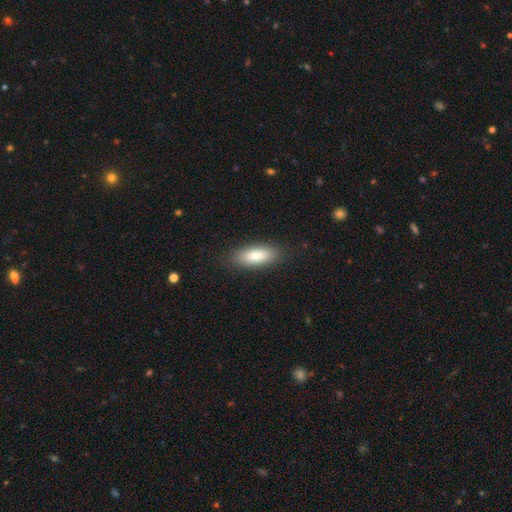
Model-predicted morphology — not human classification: Q: Smooth or featured?
A: smooth (80%); runner-up: featured or disk (14%)
Q: How rounded?
A: in between (74%); runner-up: cigar-shaped (24%)
Q: Merging?
A: none (86%); runner-up: minor disturbance (10%)